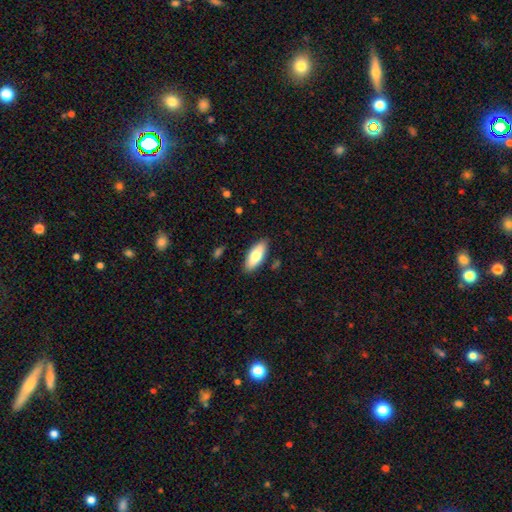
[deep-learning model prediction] A smooth galaxy with no disk features (76%) that is in between round and cigar-shaped (76%).

Vote fractions:
- Smooth or featured? smooth: 76% / featured or disk: 18% / star or artifact: 6%
- How rounded? in between: 76% / cigar-shaped: 22% / round: 2%
- Merging? none: 87% / minor disturbance: 9% / major disturbance: 2% / merger: 2%